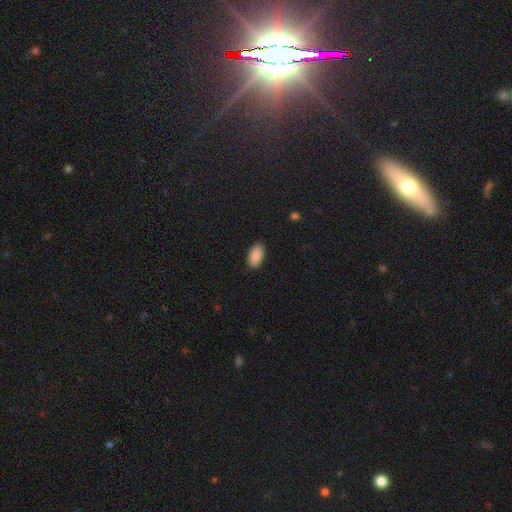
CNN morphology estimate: A smooth galaxy with no disk features (89%) that is in between round and cigar-shaped (94%).

Vote fractions:
- Smooth or featured? smooth: 89% / star or artifact: 7% / featured or disk: 4%
- How rounded? in between: 94% / round: 3% / cigar-shaped: 2%
- Merging? none: 88% / minor disturbance: 9% / major disturbance: 2% / merger: 1%